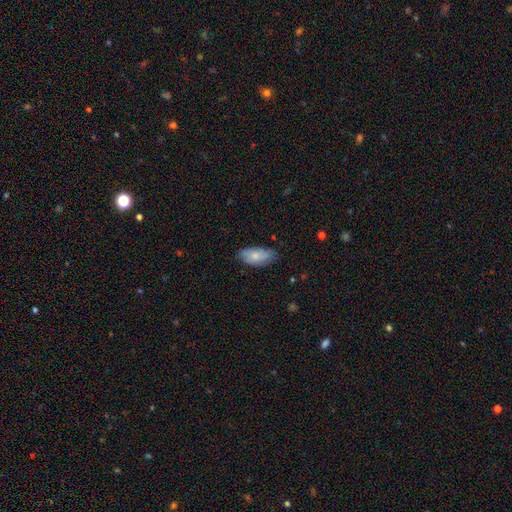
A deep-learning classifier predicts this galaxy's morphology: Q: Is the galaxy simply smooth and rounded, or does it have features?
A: smooth — 77%.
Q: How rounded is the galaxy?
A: in between — 92%.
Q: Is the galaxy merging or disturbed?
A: none — 69%.